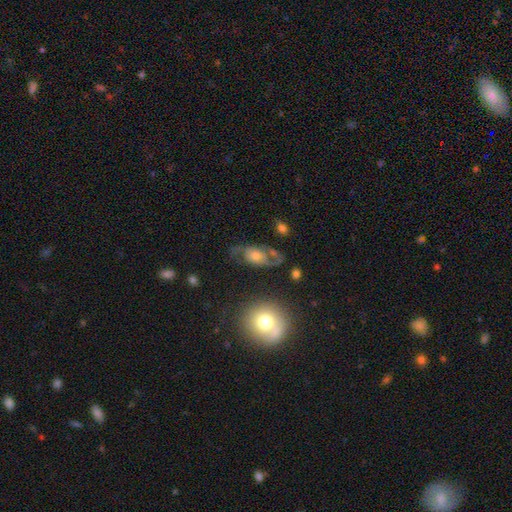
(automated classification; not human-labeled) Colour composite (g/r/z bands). It shows a featured or disk galaxy (57%) with no bar (77%), spiral arms (73%) and a moderate central bulge (53%). Merging: none (51%).